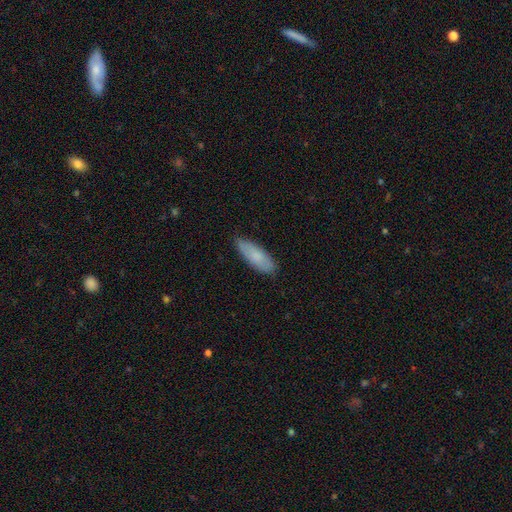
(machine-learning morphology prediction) smooth_or_featured: smooth (p=0.81) [alt: featured or disk p=0.13]
how_rounded: in between (p=0.63) [alt: cigar-shaped p=0.36]
merging: none (p=0.83) [alt: minor disturbance p=0.14]